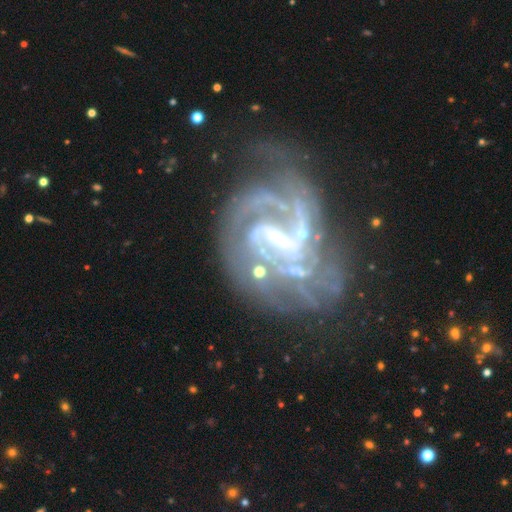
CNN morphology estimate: A featured or disk galaxy (89%) with a strong bar (44%), 2 (37%) medium (44%) spiral arms (95%) and a small central bulge (72%). Merging: none (48%).